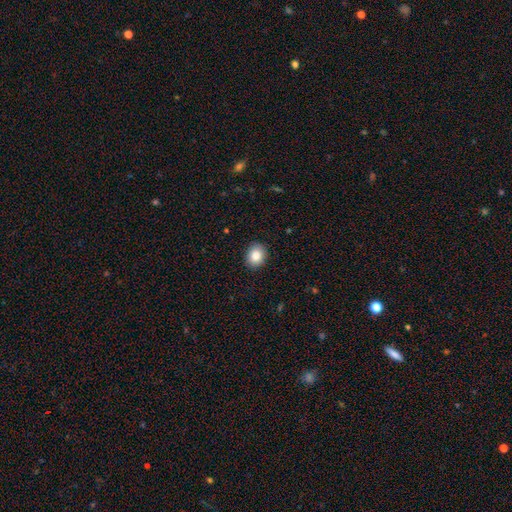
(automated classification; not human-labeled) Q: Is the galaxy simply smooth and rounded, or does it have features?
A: smooth — 86%.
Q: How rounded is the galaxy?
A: round — 52%.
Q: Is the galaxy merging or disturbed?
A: none — 90%.